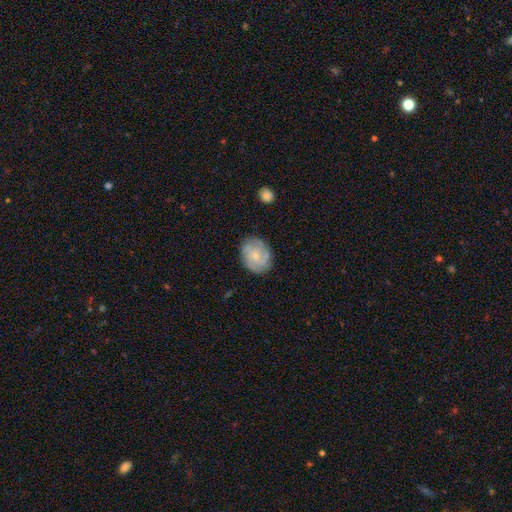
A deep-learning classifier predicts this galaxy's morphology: type=featured or disk (54%); edge-on=no (97%); bar=no (75%); spiral arms=yes (81%); bulge=small (58%); merging=none (77%).